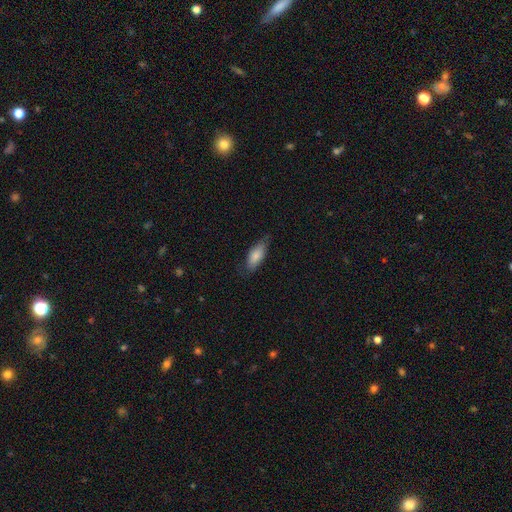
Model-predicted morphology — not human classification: This is clearly a smooth galaxy (82%). How rounded: likely in between (77%). Merging: likely none (70%).